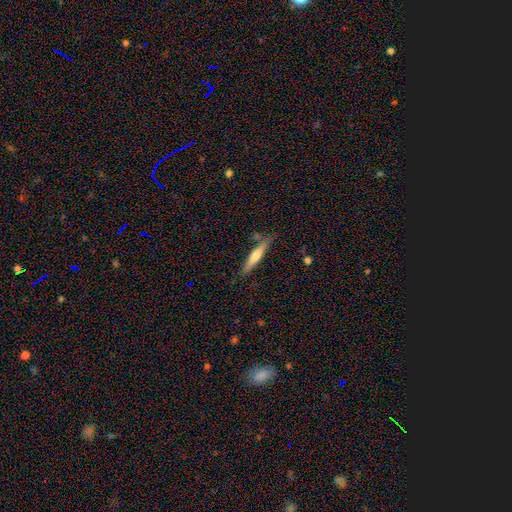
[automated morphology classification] smooth-or-featured: smooth: 48% | featured or disk: 46% | star or artifact: 6%
  merging: none: 80% | minor disturbance: 13% | merger: 4% | major disturbance: 3%